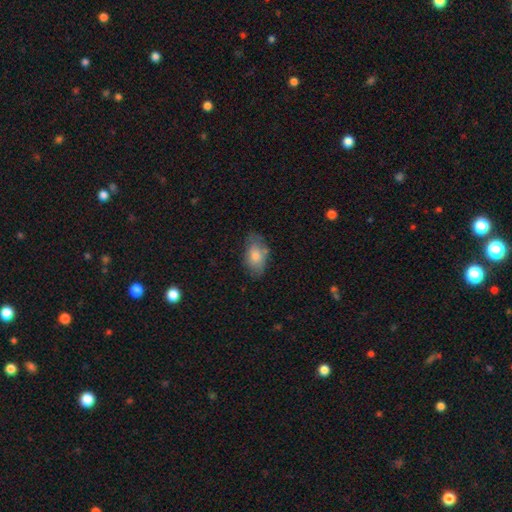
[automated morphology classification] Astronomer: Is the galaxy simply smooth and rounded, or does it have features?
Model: smooth — 73%.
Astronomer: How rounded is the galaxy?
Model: in between — 90%.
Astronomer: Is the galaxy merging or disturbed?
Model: none — 68%.